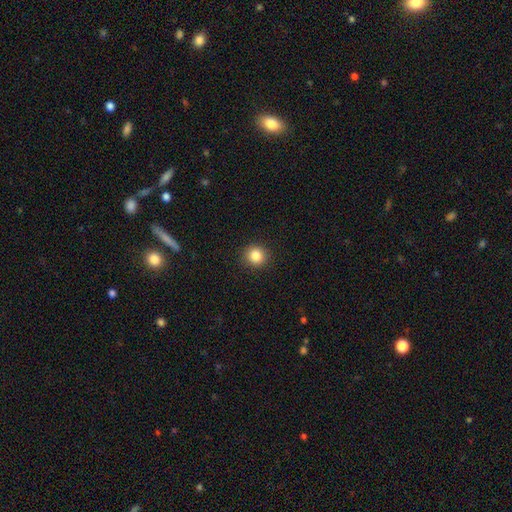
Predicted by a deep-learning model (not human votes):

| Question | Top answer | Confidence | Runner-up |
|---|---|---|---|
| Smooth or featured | smooth | 84% | star or artifact (11%) |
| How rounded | round | 92% | in between (7%) |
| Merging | none | 92% | minor disturbance (5%) |